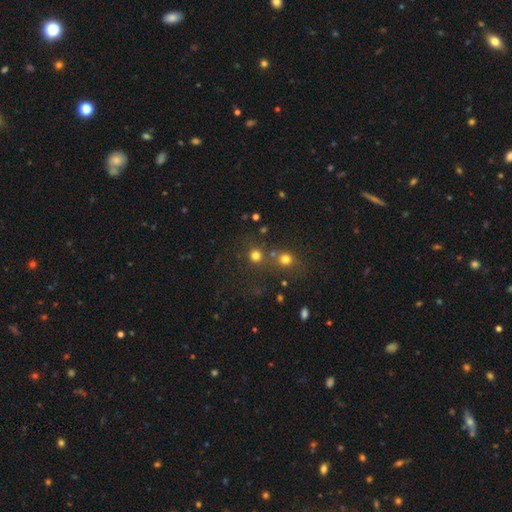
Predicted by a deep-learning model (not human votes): smooth-or-featured: smooth: 73% | star or artifact: 20% | featured or disk: 7%
  how-rounded: round: 91% | in between: 8% | cigar-shaped: 1%
  merging: none: 67% | merger: 22% | minor disturbance: 7% | major disturbance: 4%